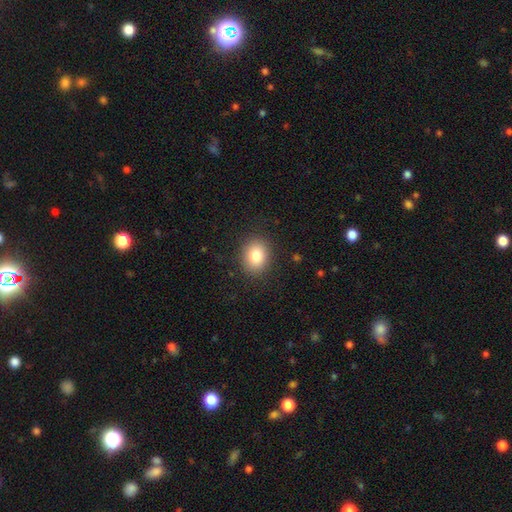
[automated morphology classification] The model was most divided on "how rounded": round: 54%, in between: 45%, cigar-shaped: 1%. More confident: merging — none (88%); smooth or featured — smooth (82%).